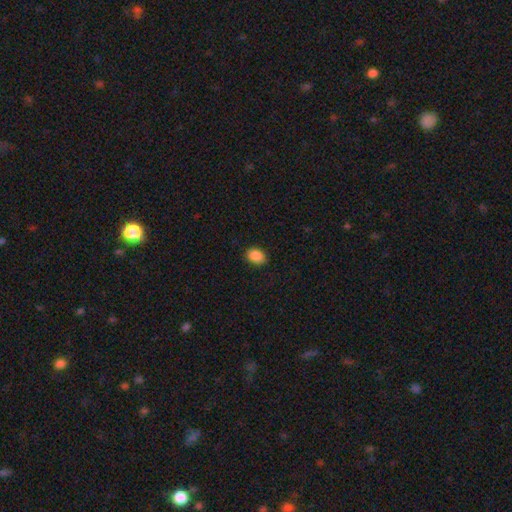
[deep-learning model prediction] The model was most divided on "how rounded": in between: 69%, round: 30%, cigar-shaped: 1%. More confident: merging — none (89%); smooth or featured — smooth (88%).